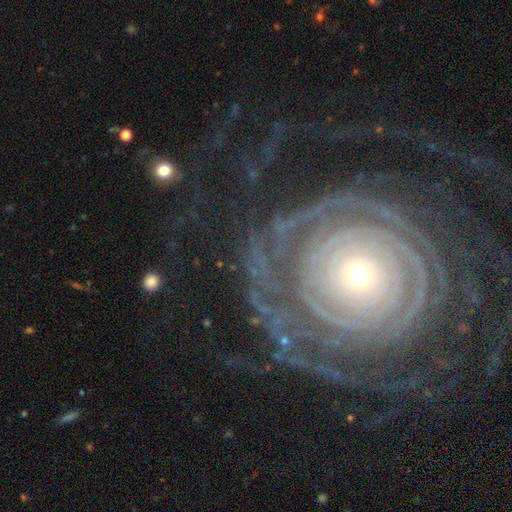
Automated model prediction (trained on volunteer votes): smooth-or-featured: featured or disk: 85% | star or artifact: 8% | smooth: 6%
  disk-edge-on: no: 97% | yes: 3%
    bar: no: 81% | weak: 11% | strong: 8%
    has-spiral-arms: yes: 94% | no: 6%
      spiral-winding: tight: 84% | medium: 11% | loose: 5%
      spiral-arm-count: can't tell: 28% | more than 4: 18% | 2: 17% | 4: 14% | 3: 14% | 1: 10%
    bulge-size: small: 61% | moderate: 34% | large: 3% | dominant: 1% | none: 1%
  merging: none: 72% | major disturbance: 14% | minor disturbance: 12% | merger: 2%